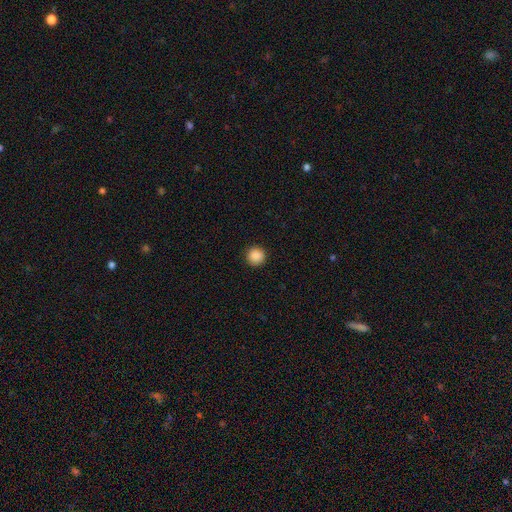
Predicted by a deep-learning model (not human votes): This is clearly a smooth galaxy (88%). How rounded: clearly round (96%). Merging: clearly none (93%).